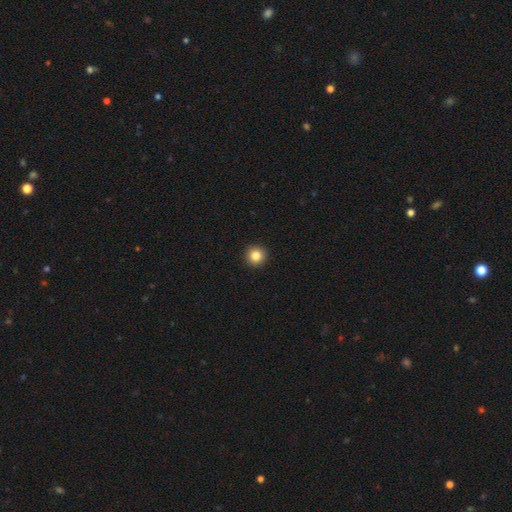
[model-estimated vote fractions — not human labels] Smooth or featured? Predicted: smooth (p=0.85). How rounded? Predicted: round (p=0.95). Merging? Predicted: none (p=0.94).